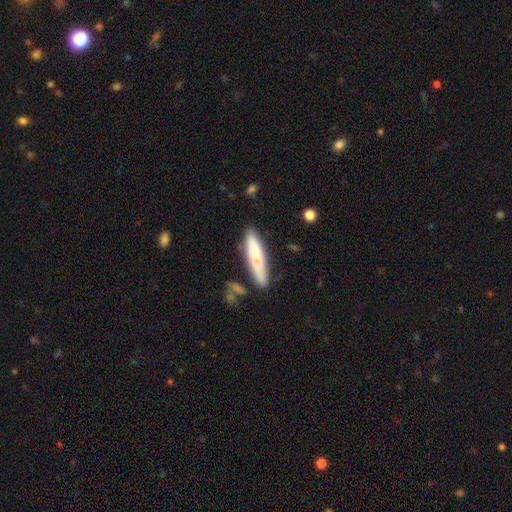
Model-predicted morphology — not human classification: type=smooth (72%); roundness=cigar-shaped (81%); merging=none (70%).